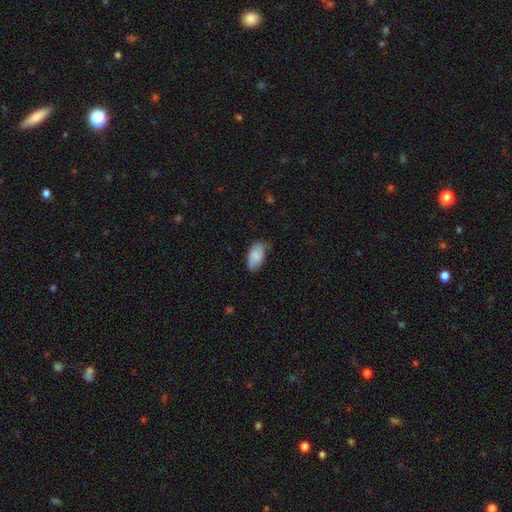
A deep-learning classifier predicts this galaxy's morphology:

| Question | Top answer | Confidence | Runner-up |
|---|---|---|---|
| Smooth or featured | smooth | 83% | featured or disk (11%) |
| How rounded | in between | 94% | round (4%) |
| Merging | none | 70% | minor disturbance (25%) |